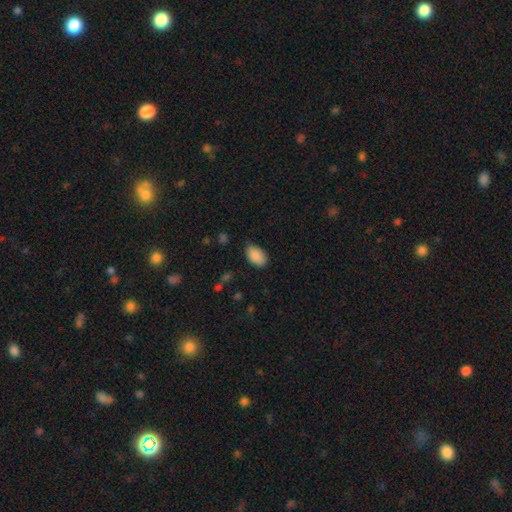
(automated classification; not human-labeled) A smooth galaxy with no disk features (90%) that is in between round and cigar-shaped (93%).

Vote fractions:
- Smooth or featured? smooth: 90% / star or artifact: 7% / featured or disk: 4%
- How rounded? in between: 93% / round: 6% / cigar-shaped: 1%
- Merging? none: 79% / minor disturbance: 17% / major disturbance: 3% / merger: 1%